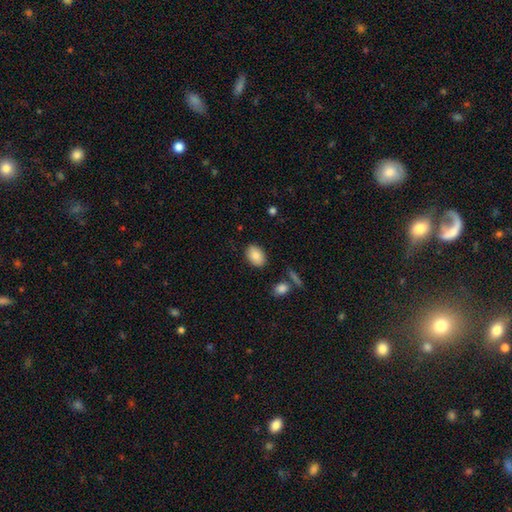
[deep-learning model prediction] smooth-or-featured: smooth: 85% | star or artifact: 7% | featured or disk: 7%
  how-rounded: in between: 86% | round: 13% | cigar-shaped: 1%
  merging: none: 86% | minor disturbance: 9% | major disturbance: 3% | merger: 2%